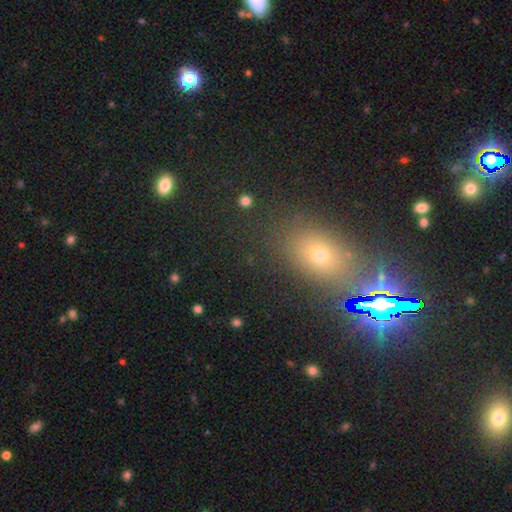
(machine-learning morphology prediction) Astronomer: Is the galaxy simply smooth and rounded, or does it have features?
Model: star or artifact — 49% (runner-up: smooth, 38%).